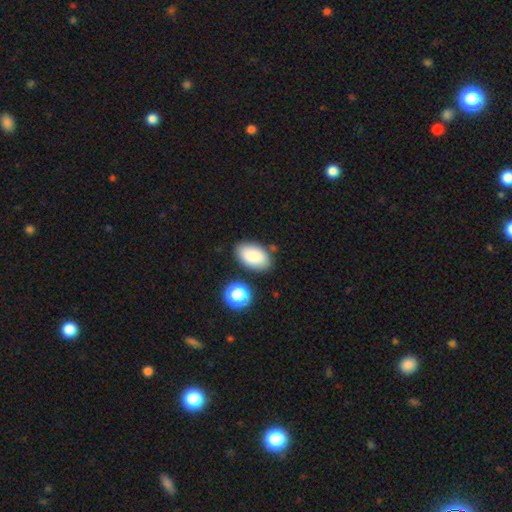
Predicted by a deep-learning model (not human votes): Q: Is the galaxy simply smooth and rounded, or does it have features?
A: smooth — 84%.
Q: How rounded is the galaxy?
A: in between — 94%.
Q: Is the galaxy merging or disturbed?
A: none — 80%.